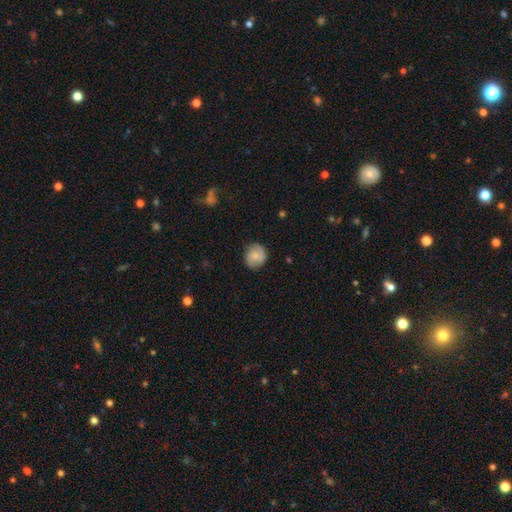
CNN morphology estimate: Overall: smooth (63%; featured or disk 30%). How rounded: round (84%). Merging: none (81%).